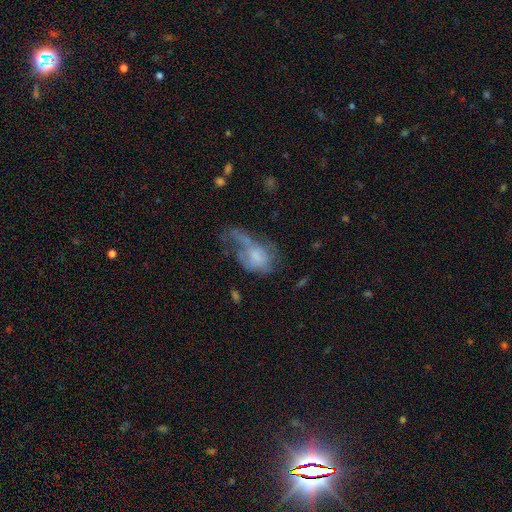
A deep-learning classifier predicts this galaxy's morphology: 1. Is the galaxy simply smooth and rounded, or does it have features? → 46% smooth, 44% featured or disk, 10% star or artifact.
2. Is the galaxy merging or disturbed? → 54% major disturbance, 20% minor disturbance, 18% none, 8% merger.